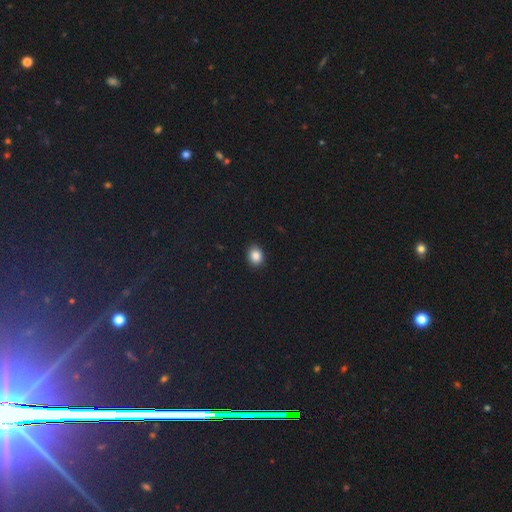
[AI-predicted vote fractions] smooth 86%, star or artifact 10%, featured or disk 4%. Down the decision tree: how rounded — round (51%); merging — none (89%).